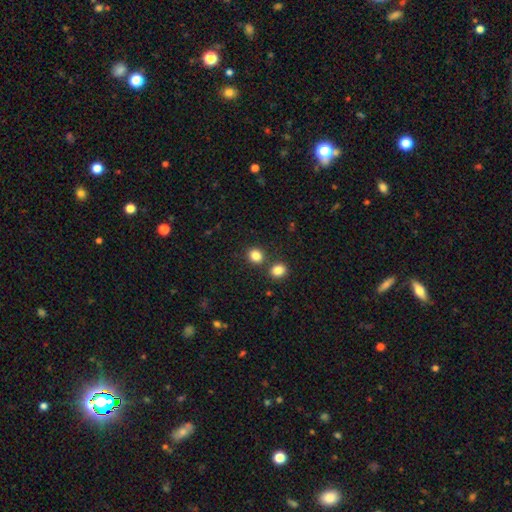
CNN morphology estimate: Smooth or featured? smooth (84%)
How rounded? round (76%)
Merging? none (75%)